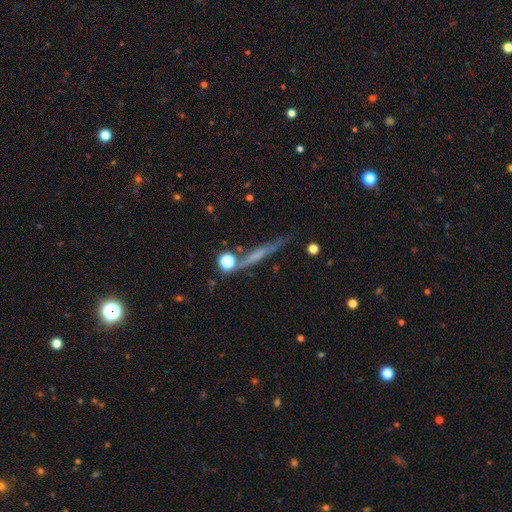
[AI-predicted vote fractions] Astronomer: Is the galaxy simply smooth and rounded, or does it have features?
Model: featured or disk — 50% (runner-up: smooth, 38%).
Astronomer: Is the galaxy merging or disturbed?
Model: none — 72%.